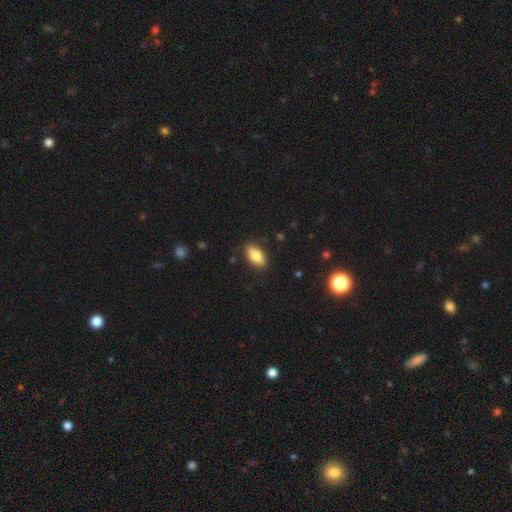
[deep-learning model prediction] This appears to be a smooth galaxy with no disk features (80%) that is in between round and cigar-shaped (87%). Merging: none (85%).